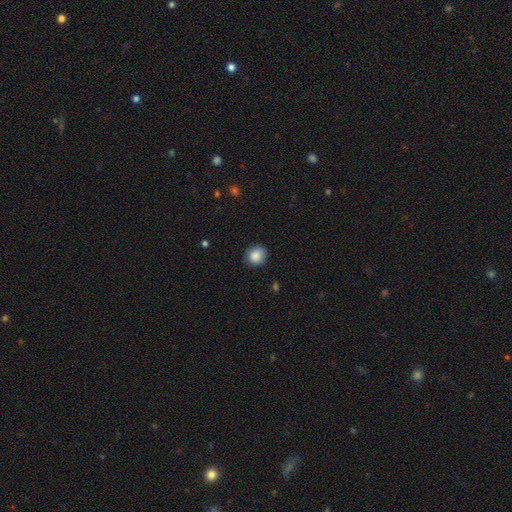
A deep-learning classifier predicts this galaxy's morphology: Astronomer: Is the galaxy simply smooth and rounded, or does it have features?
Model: smooth — 88%.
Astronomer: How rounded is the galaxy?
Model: round — 81%.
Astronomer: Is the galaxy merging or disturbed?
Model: none — 85%.